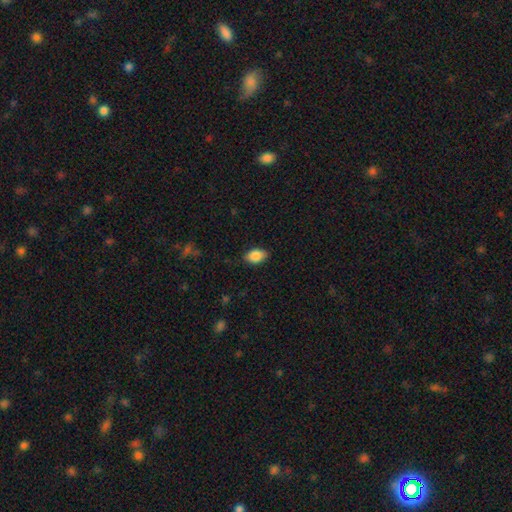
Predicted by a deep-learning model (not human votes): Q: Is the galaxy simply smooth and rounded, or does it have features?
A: smooth — 86%.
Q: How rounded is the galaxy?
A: in between — 88%.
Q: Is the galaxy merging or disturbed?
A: none — 83%.